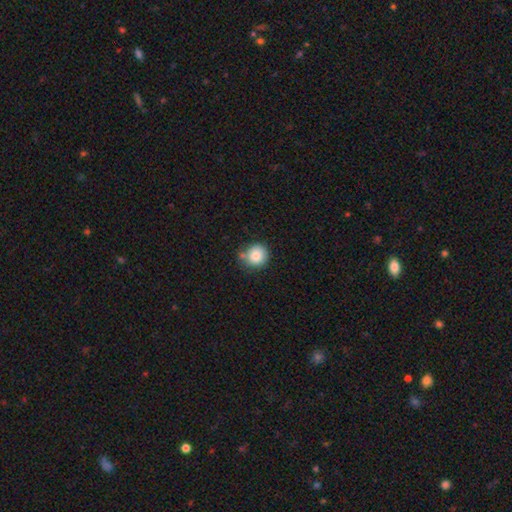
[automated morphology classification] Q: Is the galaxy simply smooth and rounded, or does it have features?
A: smooth — 82%.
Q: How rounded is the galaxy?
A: round — 89%.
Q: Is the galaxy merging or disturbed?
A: none — 67%.